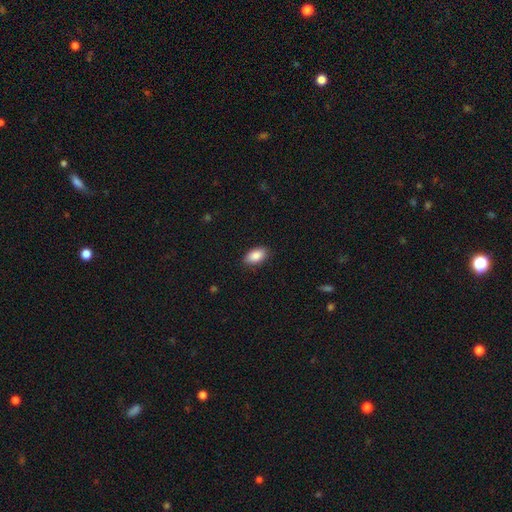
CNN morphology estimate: Q: Smooth or featured?
A: smooth (88%); runner-up: star or artifact (7%)
Q: How rounded?
A: in between (93%); runner-up: round (4%)
Q: Merging?
A: none (87%); runner-up: minor disturbance (10%)